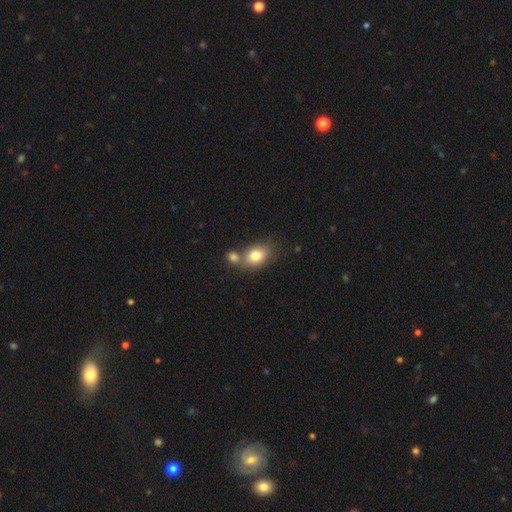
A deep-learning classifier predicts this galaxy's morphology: Overall: smooth (80%). How rounded: in between (72%). Merging: none (46%; merger 38%).